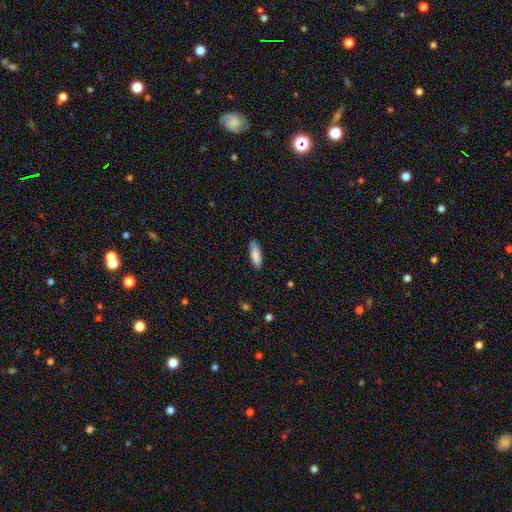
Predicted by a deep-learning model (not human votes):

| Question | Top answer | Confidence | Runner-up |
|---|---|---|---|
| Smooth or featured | smooth | 87% | featured or disk (8%) |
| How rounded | in between | 61% | cigar-shaped (37%) |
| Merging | none | 83% | minor disturbance (14%) |